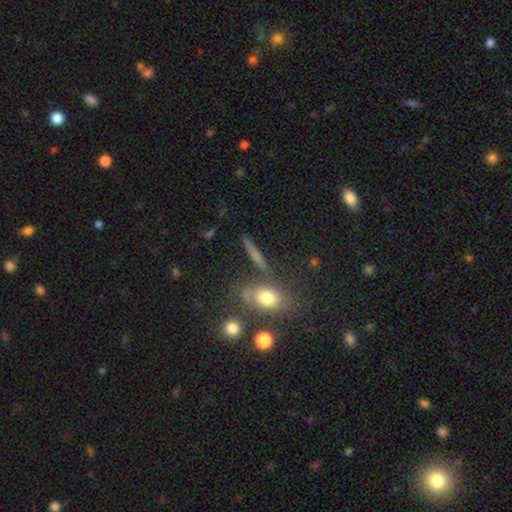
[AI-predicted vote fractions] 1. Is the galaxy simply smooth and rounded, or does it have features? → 56% smooth, 31% featured or disk, 13% star or artifact.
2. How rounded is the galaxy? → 73% cigar-shaped, 16% in between, 12% round.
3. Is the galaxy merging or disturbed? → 77% none, 11% minor disturbance, 7% merger, 5% major disturbance.